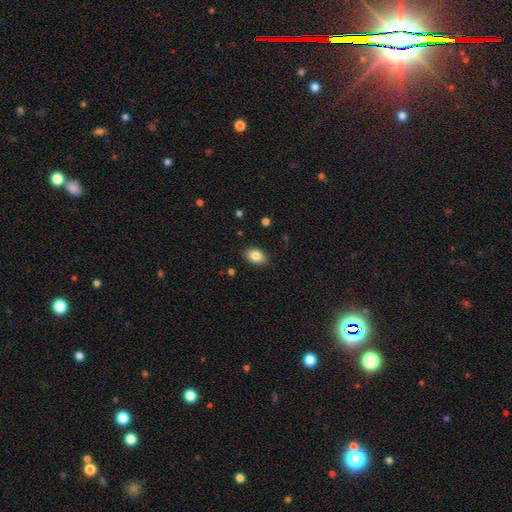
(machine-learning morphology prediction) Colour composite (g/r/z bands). It shows a smooth galaxy with no disk features (83%) that is in between round and cigar-shaped (88%). Merging: none (86%).